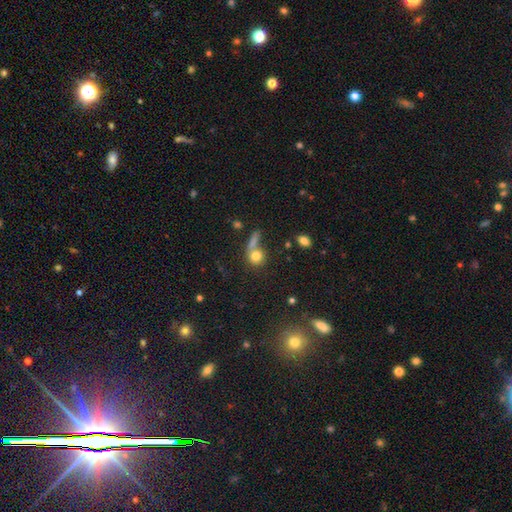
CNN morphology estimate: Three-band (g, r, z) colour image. It shows a smooth galaxy with no disk features (76%) that is round (79%). Merging: none (49%).